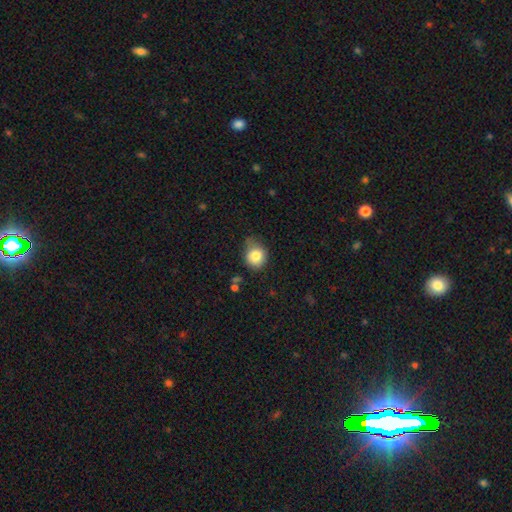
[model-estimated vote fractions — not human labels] A smooth galaxy with no disk features (81%) that is round (73%).

Vote fractions:
- Smooth or featured? smooth: 81% / star or artifact: 10% / featured or disk: 9%
- How rounded? round: 73% / in between: 26% / cigar-shaped: 1%
- Merging? none: 55% / minor disturbance: 34% / major disturbance: 8% / merger: 3%